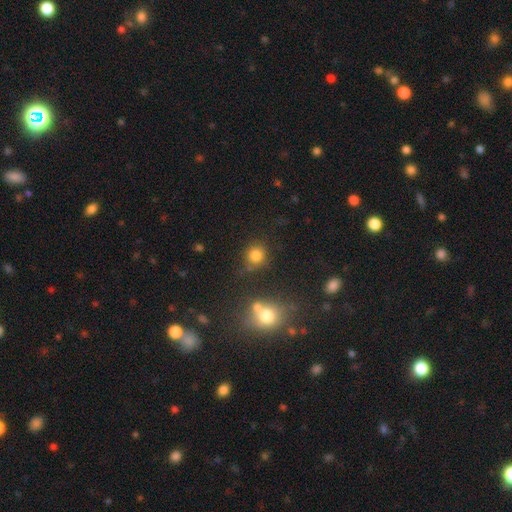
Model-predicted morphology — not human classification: smooth 81%, star or artifact 13%, featured or disk 6%. Down the decision tree: how rounded — round (87%); merging — none (75%).